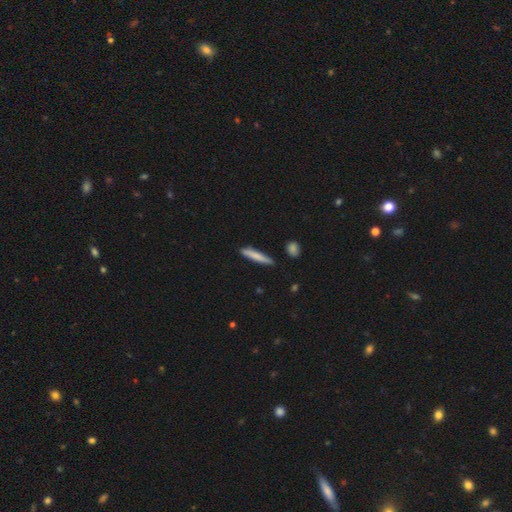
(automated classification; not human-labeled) Morphology: type=smooth (78%); roundness=cigar-shaped (92%); merging=none (84%).